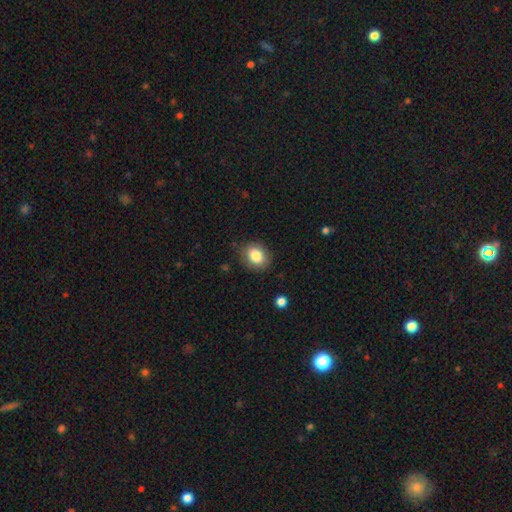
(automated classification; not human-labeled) Smooth or featured? Predicted: smooth (p=0.83). How rounded? Predicted: in between (p=0.52). Merging? Predicted: none (p=0.84).